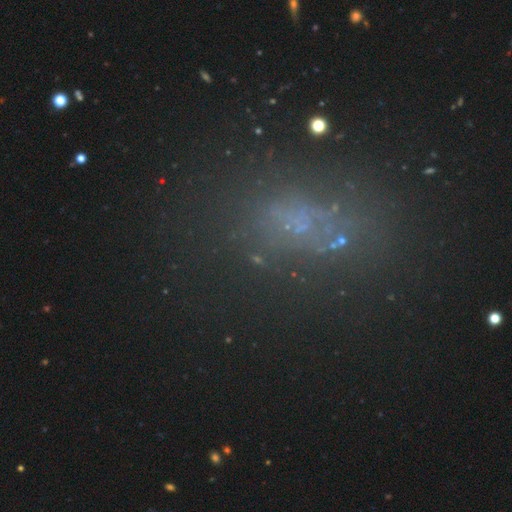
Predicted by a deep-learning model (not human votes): star or artifact 38%, smooth 35%, featured or disk 27%.